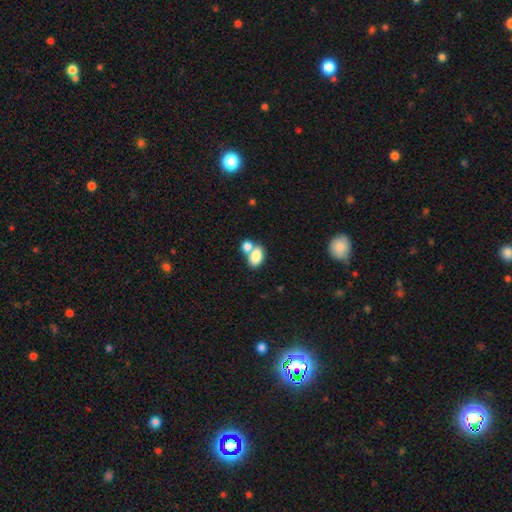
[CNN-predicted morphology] Smooth or featured?
  - smooth: 82% *
  - featured or disk: 10%
  - star or artifact: 8%
How rounded?
  - in between: 86% *
  - round: 12%
  - cigar-shaped: 2%
Merging?
  - merger: 52% *
  - none: 35%
  - minor disturbance: 9%
  - major disturbance: 4%